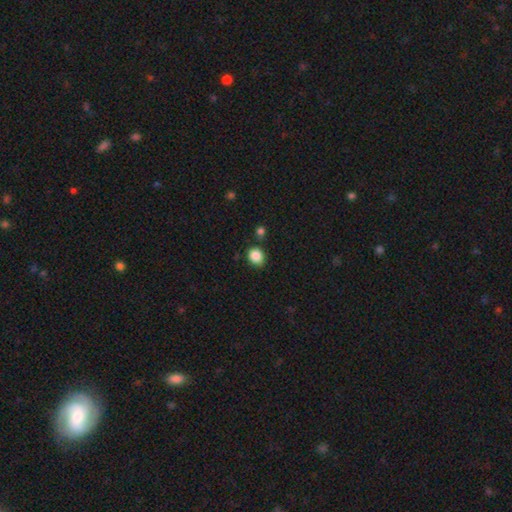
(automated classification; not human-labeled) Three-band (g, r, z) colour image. It shows a smooth galaxy with no disk features (87%) that is round (62%). Merging: none (80%).